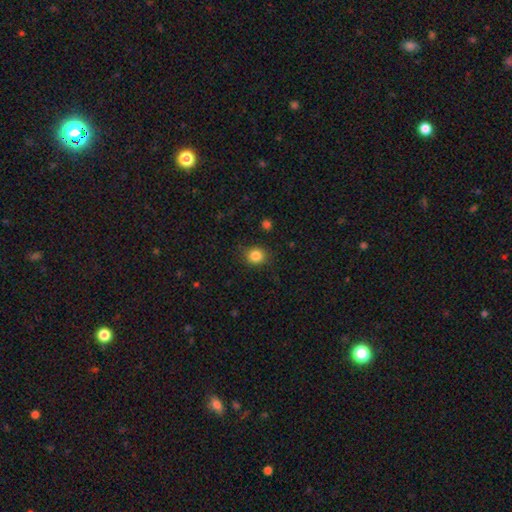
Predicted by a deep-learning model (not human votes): This appears to be a smooth galaxy with no disk features (84%) that is round (80%). Merging: none (86%).